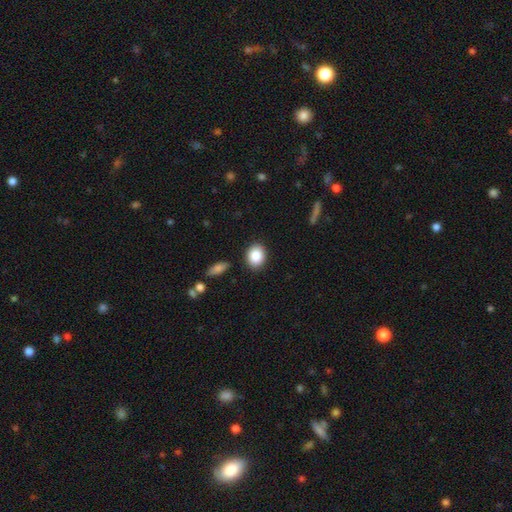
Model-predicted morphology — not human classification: Q: Smooth or featured?
A: smooth (87%); runner-up: star or artifact (8%)
Q: How rounded?
A: round (50%); runner-up: in between (49%)
Q: Merging?
A: none (86%); runner-up: minor disturbance (9%)